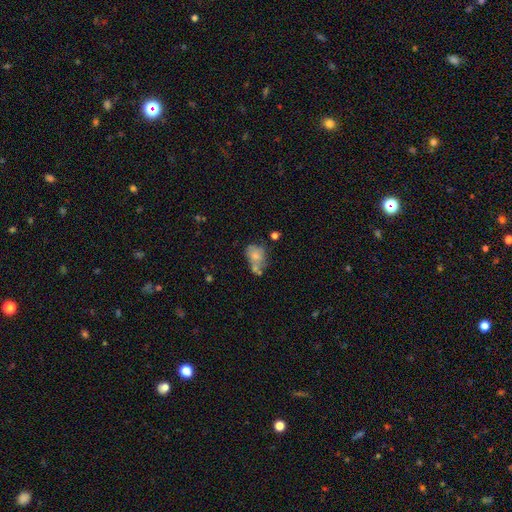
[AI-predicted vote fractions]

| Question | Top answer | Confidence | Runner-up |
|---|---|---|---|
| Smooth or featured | smooth | 68% | featured or disk (22%) |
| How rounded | in between | 67% | round (32%) |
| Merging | none | 35% | merger (28%) |